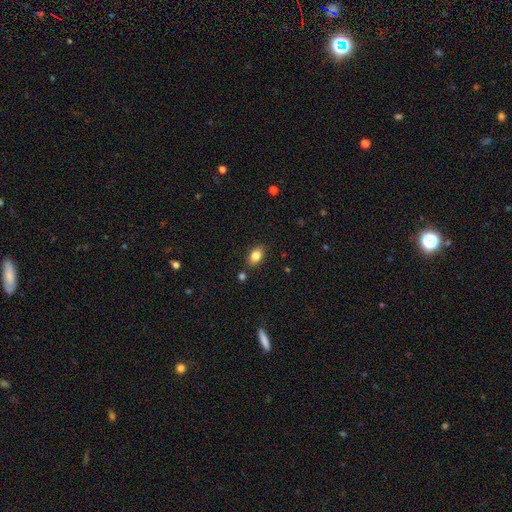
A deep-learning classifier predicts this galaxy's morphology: Overall: smooth (83%). How rounded: in between (86%). Merging: none (84%).